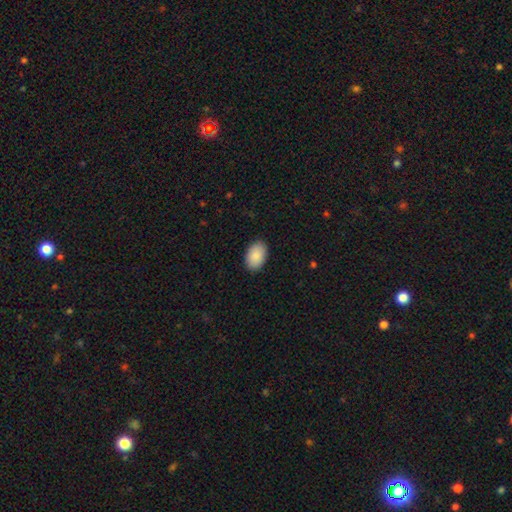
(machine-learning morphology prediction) smooth-or-featured: smooth: 90% | star or artifact: 6% | featured or disk: 4%
  how-rounded: in between: 92% | round: 7% | cigar-shaped: 1%
  merging: none: 89% | minor disturbance: 8% | major disturbance: 2% | merger: 1%